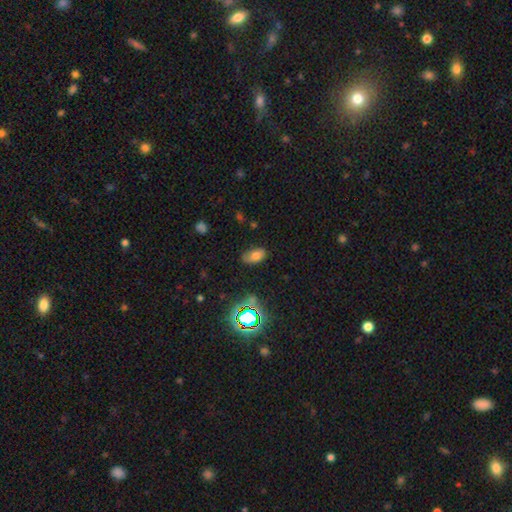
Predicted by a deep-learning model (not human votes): This appears to be a smooth galaxy with no disk features (71%) that is in between round and cigar-shaped (92%). Merging: none (66%).